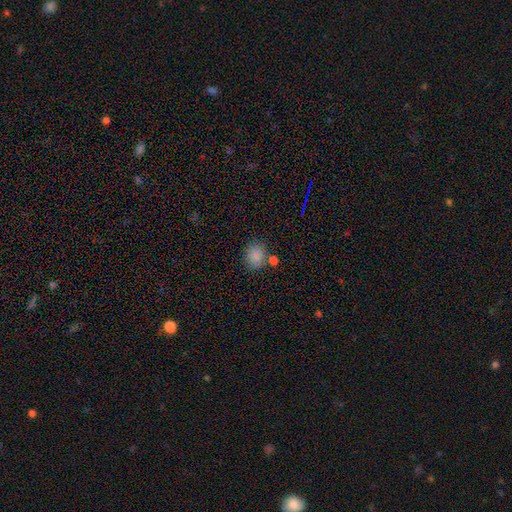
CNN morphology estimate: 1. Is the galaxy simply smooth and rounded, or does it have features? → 85% smooth, 10% star or artifact, 5% featured or disk.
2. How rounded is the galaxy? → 64% round, 35% in between, 1% cigar-shaped.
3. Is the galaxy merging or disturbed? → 69% none, 14% merger, 13% minor disturbance, 4% major disturbance.